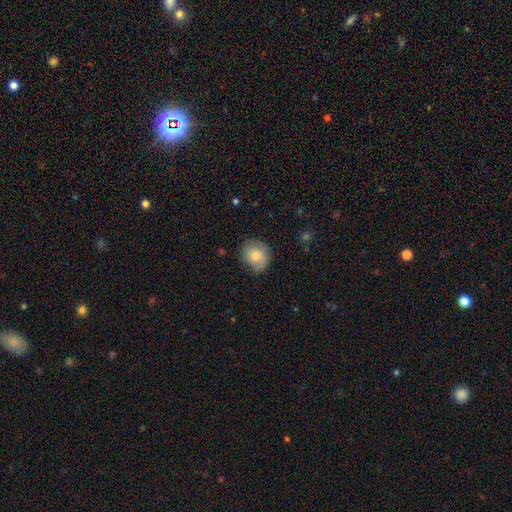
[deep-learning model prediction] Smooth or featured?
  - smooth: 67% *
  - featured or disk: 25%
  - star or artifact: 8%
How rounded?
  - round: 67% *
  - in between: 32%
  - cigar-shaped: 1%
Merging?
  - none: 73% *
  - minor disturbance: 21%
  - major disturbance: 5%
  - merger: 1%